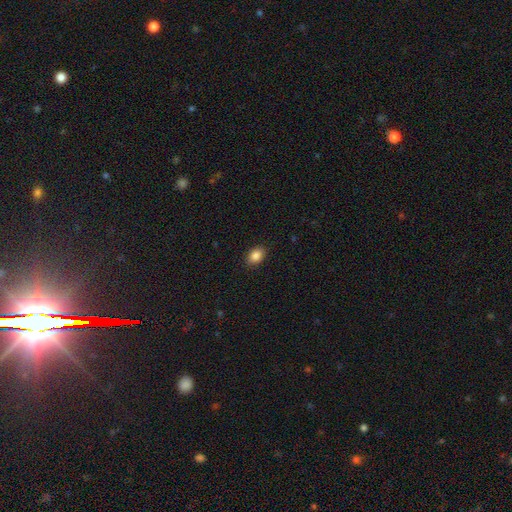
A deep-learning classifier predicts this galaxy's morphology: smooth-or-featured: smooth: 87% | star or artifact: 9% | featured or disk: 4%
  how-rounded: in between: 77% | round: 22% | cigar-shaped: 1%
  merging: none: 89% | minor disturbance: 8% | major disturbance: 2% | merger: 1%